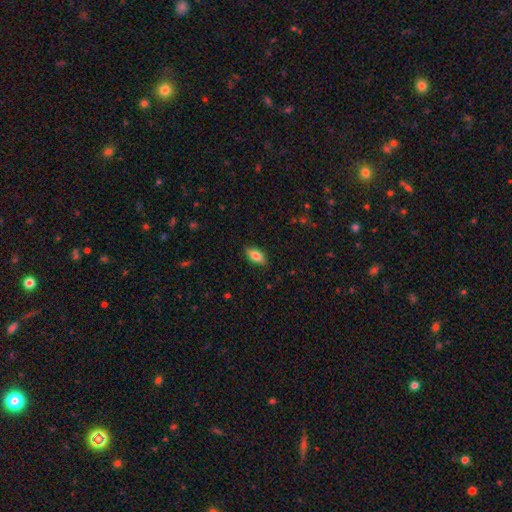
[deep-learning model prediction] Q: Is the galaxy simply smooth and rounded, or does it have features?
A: smooth — 76%.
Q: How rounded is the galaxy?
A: in between — 85%.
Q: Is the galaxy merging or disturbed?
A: none — 87%.